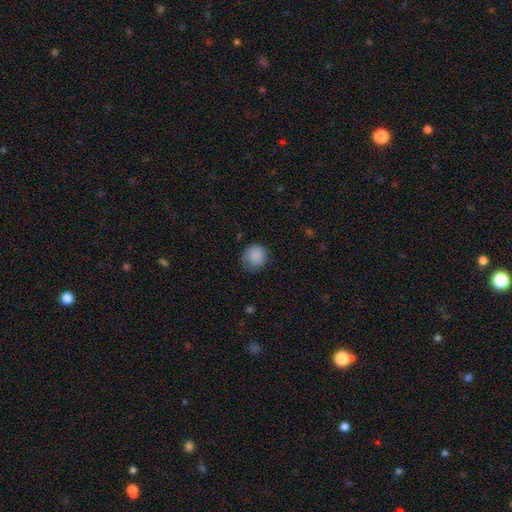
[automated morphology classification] Smooth or featured?
  - smooth: 88% *
  - star or artifact: 8%
  - featured or disk: 4%
How rounded?
  - round: 88% *
  - in between: 11%
  - cigar-shaped: 1%
Merging?
  - none: 73% *
  - minor disturbance: 21%
  - major disturbance: 5%
  - merger: 1%